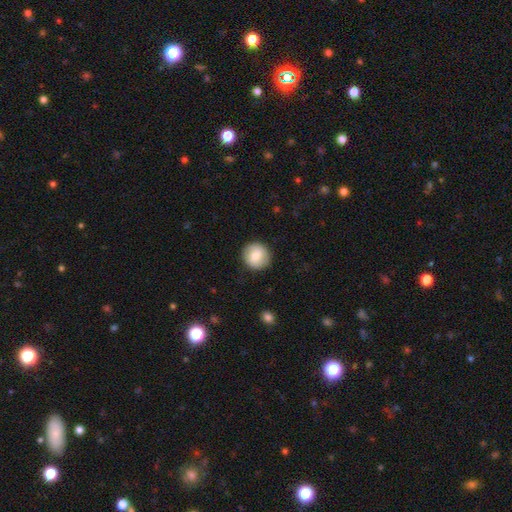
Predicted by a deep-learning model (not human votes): This is likely a smooth galaxy (74%). How rounded: clearly round (93%). Merging: clearly none (90%).